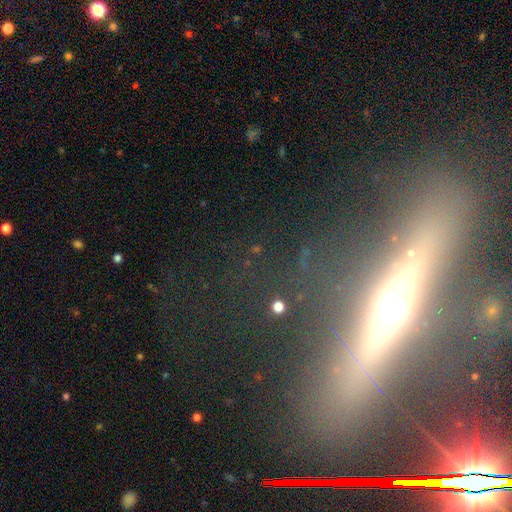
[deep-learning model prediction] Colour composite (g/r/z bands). It shows a featured or disk galaxy (67%) viewed edge-on (87%) with a rounded central bulge (90%). Merging: none (74%).